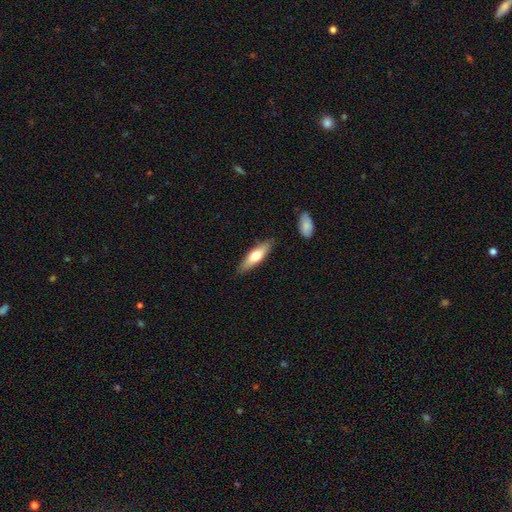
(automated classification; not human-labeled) Smooth or featured? smooth (62%)
How rounded? cigar-shaped (62%)
Merging? none (85%)